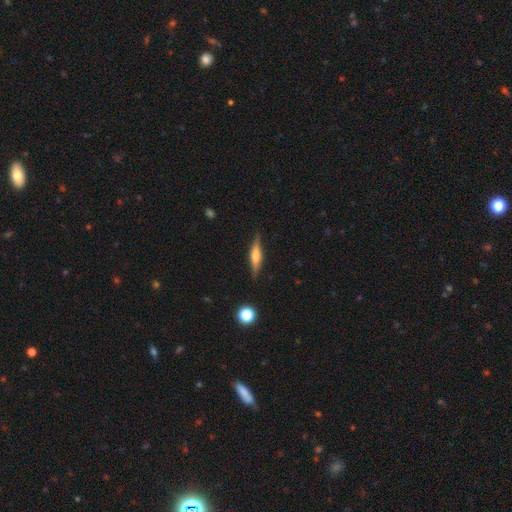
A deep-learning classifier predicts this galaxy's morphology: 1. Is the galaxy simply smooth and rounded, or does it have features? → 61% featured or disk, 32% smooth, 7% star or artifact.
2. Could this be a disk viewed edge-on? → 96% yes, 4% no.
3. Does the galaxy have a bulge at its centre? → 79% rounded, 14% boxy, 8% none.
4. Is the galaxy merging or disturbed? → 87% none, 10% minor disturbance, 2% major disturbance, 1% merger.